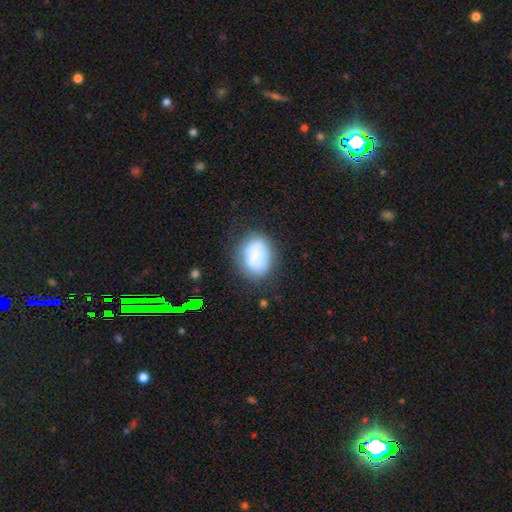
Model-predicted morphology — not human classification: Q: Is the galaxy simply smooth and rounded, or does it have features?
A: smooth — 69%.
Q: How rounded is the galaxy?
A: in between — 52%.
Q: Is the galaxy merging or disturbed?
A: none — 61%.